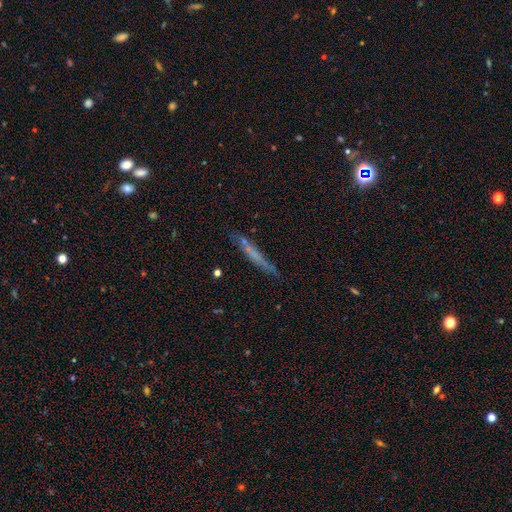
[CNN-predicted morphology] A smooth galaxy with no disk features (50%) that is cigar-shaped (94%).

Vote fractions:
- Smooth or featured? smooth: 50% / featured or disk: 40% / star or artifact: 9%
- How rounded? cigar-shaped: 94% / in between: 4% / round: 2%
- Merging? none: 72% / minor disturbance: 19% / major disturbance: 5% / merger: 4%